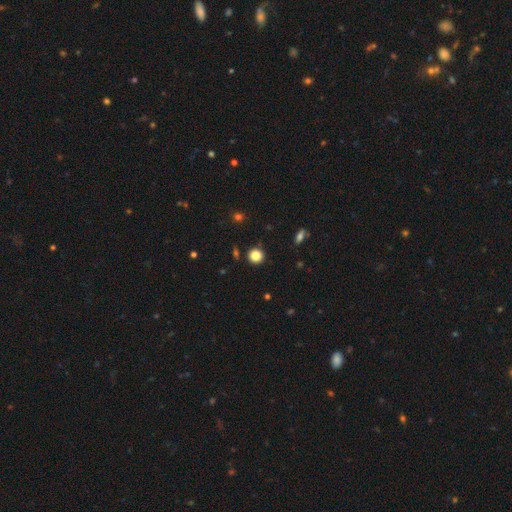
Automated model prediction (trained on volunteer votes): smooth 84%, star or artifact 12%, featured or disk 5%. Down the decision tree: how rounded — round (94%); merging — none (90%).